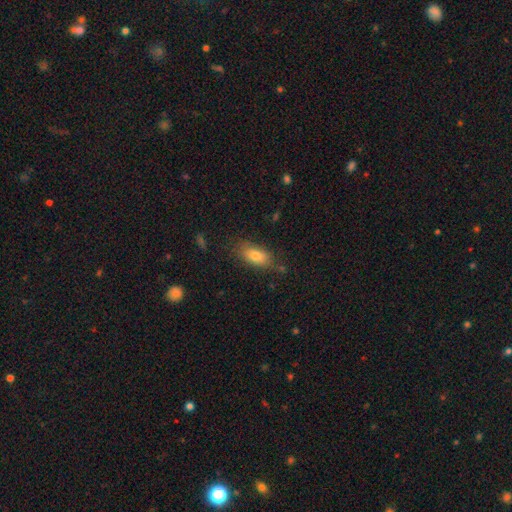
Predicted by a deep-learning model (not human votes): Q: Smooth or featured?
A: smooth (79%); runner-up: featured or disk (12%)
Q: How rounded?
A: in between (85%); runner-up: cigar-shaped (10%)
Q: Merging?
A: none (74%); runner-up: minor disturbance (18%)